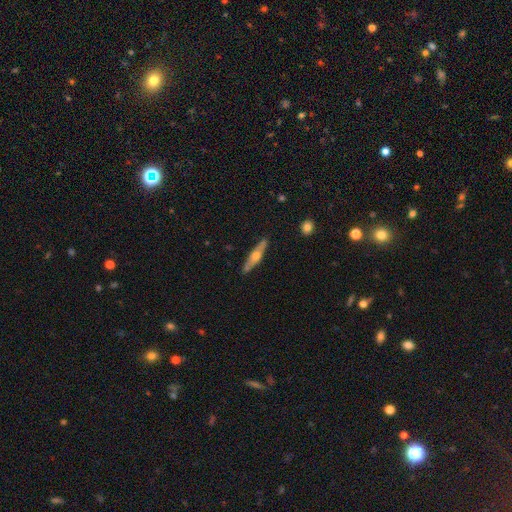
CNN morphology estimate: A featured or disk galaxy (56%) viewed edge-on (88%). Merging: none (86%).